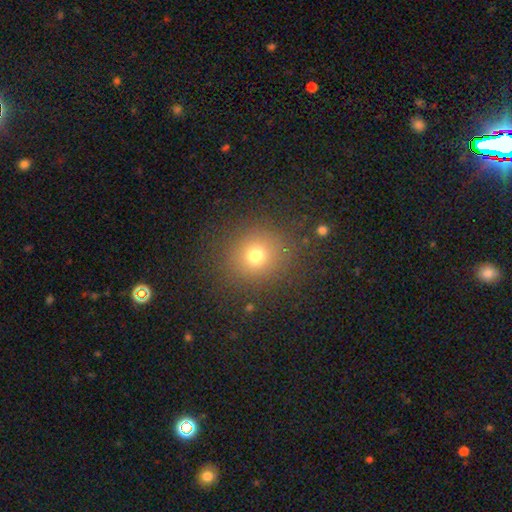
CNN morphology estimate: type=smooth (71%); roundness=round (86%); merging=none (85%).